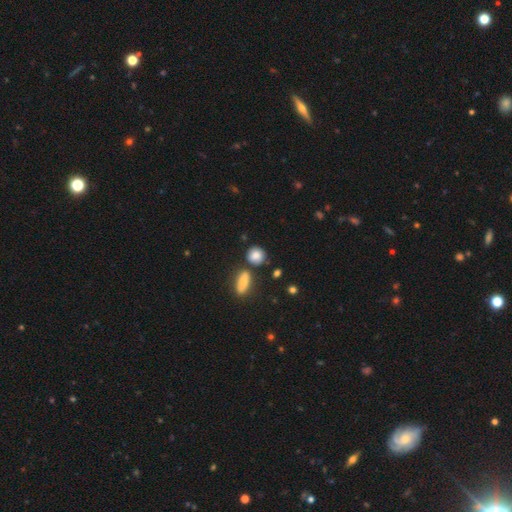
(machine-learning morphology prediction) type=smooth (83%); roundness=round (79%); merging=none (69%).